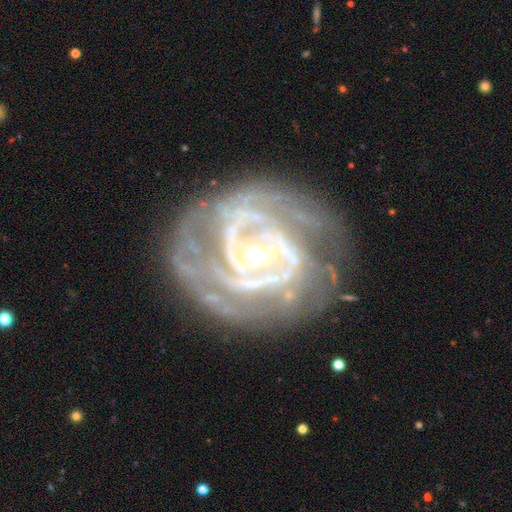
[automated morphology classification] Smooth or featured?
  - featured or disk: 90% *
  - star or artifact: 5%
  - smooth: 4%
Edge-on disk?
  - no: 97% *
  - yes: 3%
Bar?
  - no: 48% *
  - weak: 31%
  - strong: 21%
Spiral arms?
  - yes: 95% *
  - no: 5%
Spiral winding?
  - tight: 69% *
  - medium: 26%
  - loose: 6%
Spiral arm count?
  - 2: 32% *
  - can't tell: 24%
  - 3: 20%
  - 4: 10%
  - more than 4: 7%
  - 1: 7%
Bulge size?
  - moderate: 54% *
  - small: 40%
  - large: 4%
  - none: 1%
  - dominant: 1%
Merging?
  - none: 71% *
  - minor disturbance: 18%
  - major disturbance: 9%
  - merger: 2%